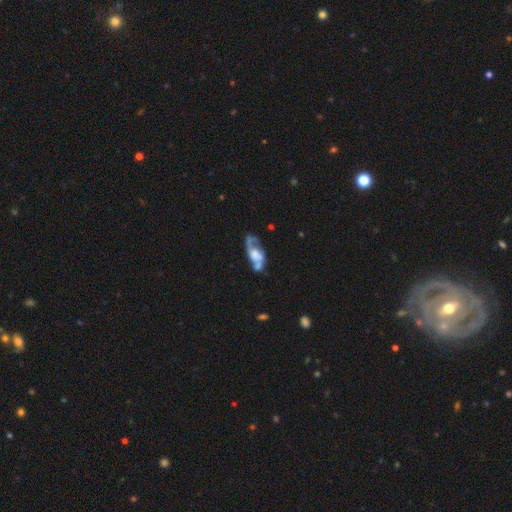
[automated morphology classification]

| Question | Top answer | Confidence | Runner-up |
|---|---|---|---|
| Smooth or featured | featured or disk | 71% | smooth (22%) |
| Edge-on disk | no | 91% | yes (9%) |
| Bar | no | 63% | weak (28%) |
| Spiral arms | yes | 76% | no (24%) |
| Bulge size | moderate | 30% | large (29%) |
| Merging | none | 42% | minor disturbance (20%) |